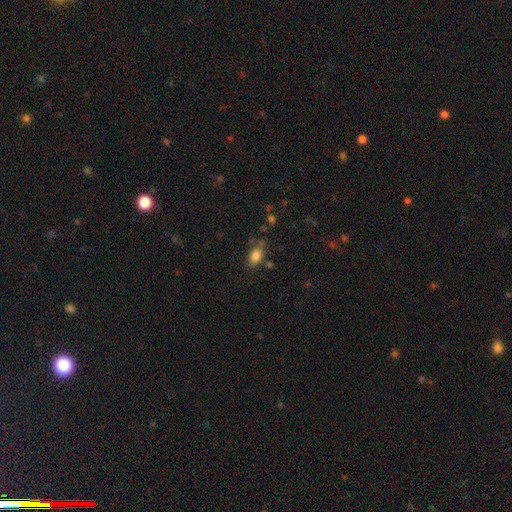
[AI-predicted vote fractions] This is clearly a smooth galaxy (83%). How rounded: clearly in between (83%). Merging: likely none (64%).